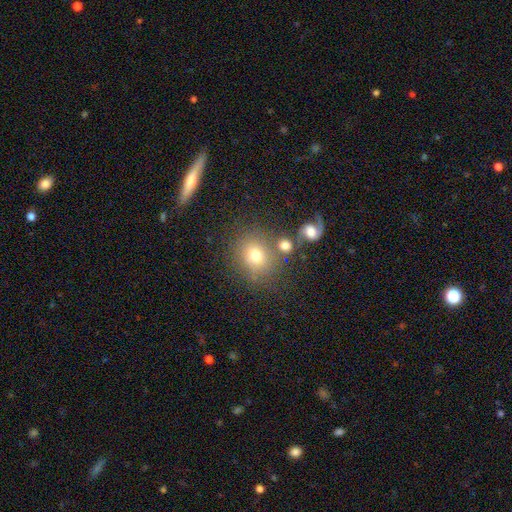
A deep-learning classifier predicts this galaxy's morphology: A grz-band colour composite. It shows a smooth galaxy with no disk features (70%) that is round (74%). Merging: none (69%).